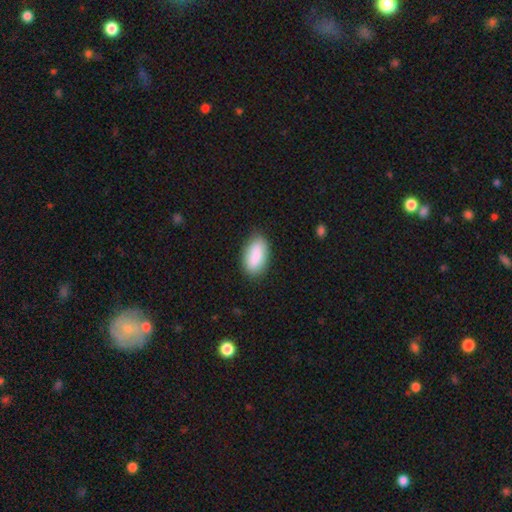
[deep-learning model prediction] This appears to be a smooth galaxy with no disk features (85%) that is in between round and cigar-shaped (93%). Merging: none (82%).